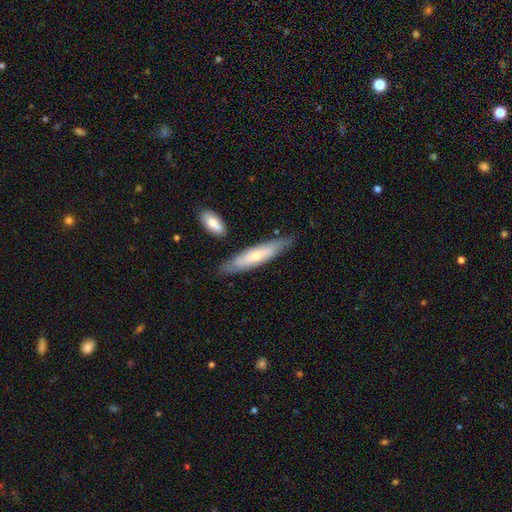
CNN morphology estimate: Smooth or featured? featured or disk (52%)
Edge-on disk? yes (51%)
Merging? none (77%)